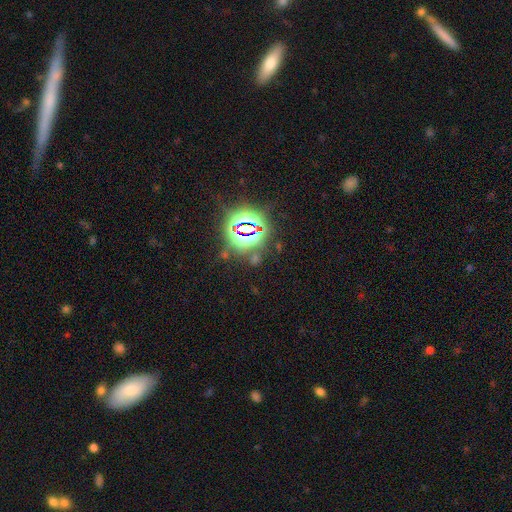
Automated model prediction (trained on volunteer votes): Smooth or featured? Predicted: star or artifact (p=0.81).